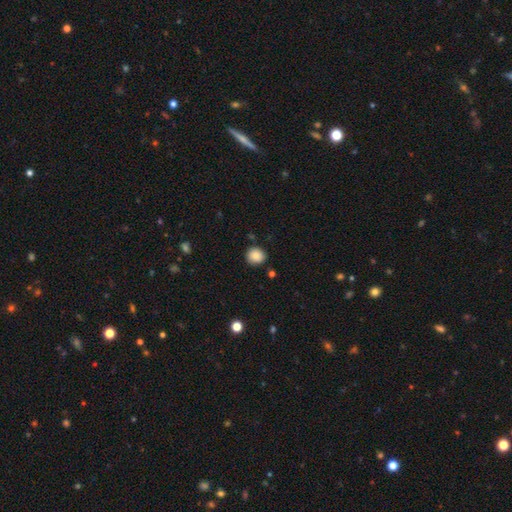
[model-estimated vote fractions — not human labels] This appears to be a smooth galaxy with no disk features (86%) that is round (87%). Merging: none (85%).